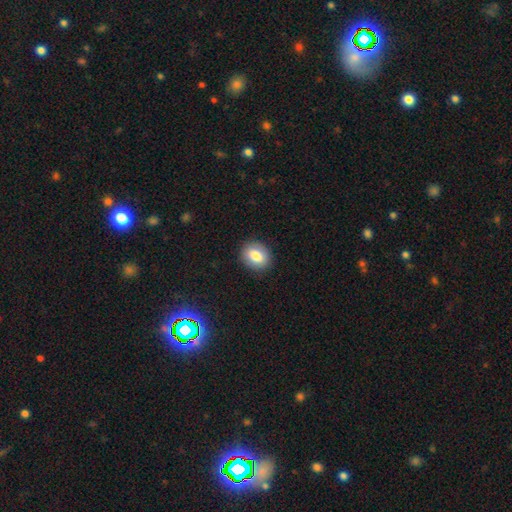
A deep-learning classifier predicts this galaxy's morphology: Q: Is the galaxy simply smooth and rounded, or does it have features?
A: smooth — 82%.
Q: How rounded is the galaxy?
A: in between — 54%.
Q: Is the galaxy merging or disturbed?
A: none — 89%.